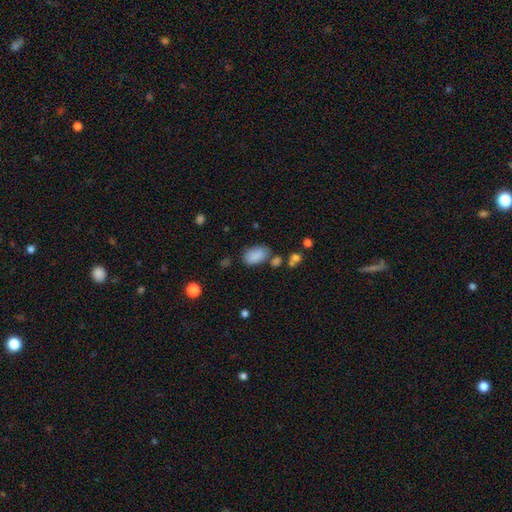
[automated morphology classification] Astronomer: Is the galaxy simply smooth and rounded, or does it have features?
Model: smooth — 85%.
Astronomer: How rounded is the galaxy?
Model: in between — 92%.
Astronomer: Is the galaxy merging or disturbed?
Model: none — 67%.